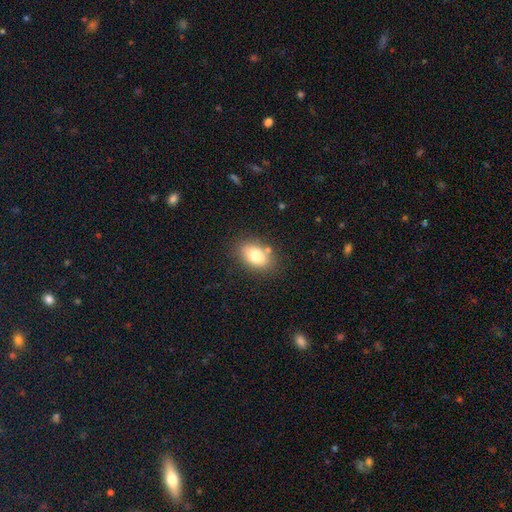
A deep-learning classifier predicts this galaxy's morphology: A smooth galaxy with no disk features (78%) that is in between round and cigar-shaped (85%). Merging: none (77%).